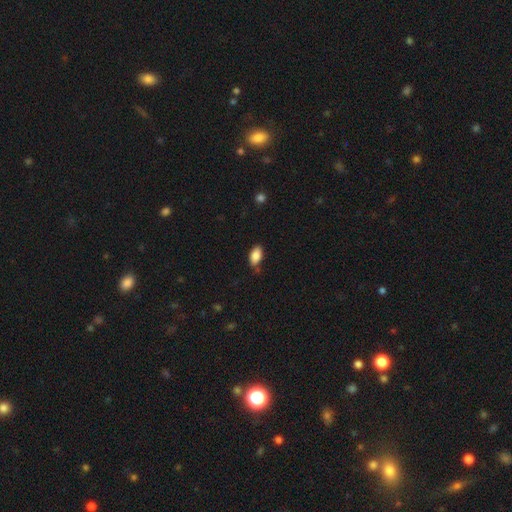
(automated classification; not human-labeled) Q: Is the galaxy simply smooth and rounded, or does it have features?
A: smooth — 85%.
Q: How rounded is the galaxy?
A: in between — 92%.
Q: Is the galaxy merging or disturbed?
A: none — 77%.